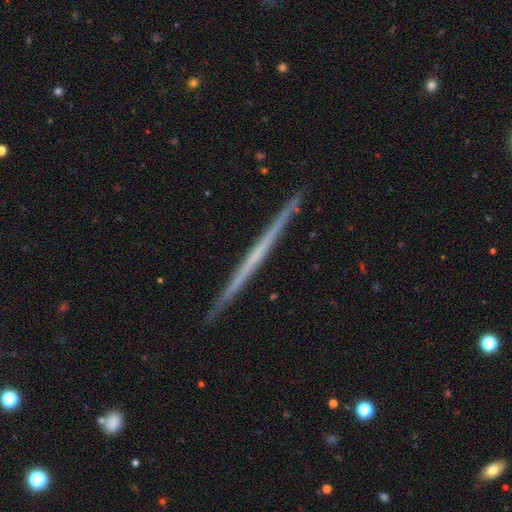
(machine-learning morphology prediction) smooth-or-featured: featured or disk: 64% | smooth: 30% | star or artifact: 5%
  disk-edge-on: yes: 98% | no: 2%
    edge-on-bulge: none: 92% | rounded: 5% | boxy: 3%
  merging: none: 93% | minor disturbance: 5% | major disturbance: 1% | merger: 1%